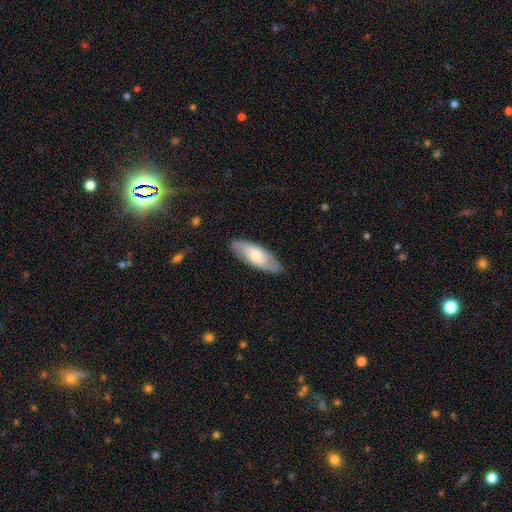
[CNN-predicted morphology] This is possibly a smooth galaxy (60%). How rounded: likely in between (73%). Merging: clearly none (84%).